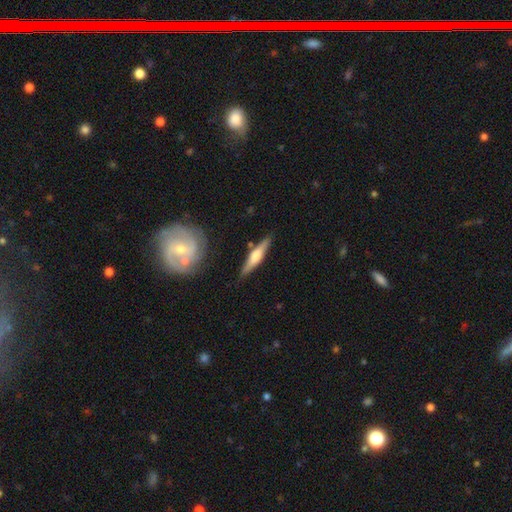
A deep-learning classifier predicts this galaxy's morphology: Overall: featured or disk (57%; smooth 37%). Edge-on disk: yes (95%). Edge-on bulge: rounded (82%). Merging: none (84%).